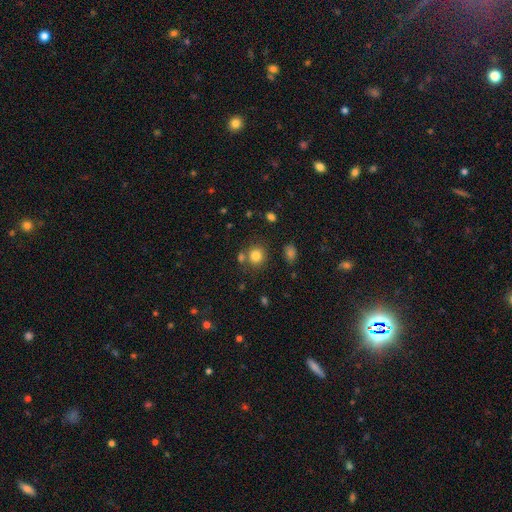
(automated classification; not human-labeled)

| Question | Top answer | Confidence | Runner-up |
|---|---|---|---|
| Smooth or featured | smooth | 81% | star or artifact (13%) |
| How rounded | round | 84% | in between (15%) |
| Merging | none | 71% | merger (15%) |